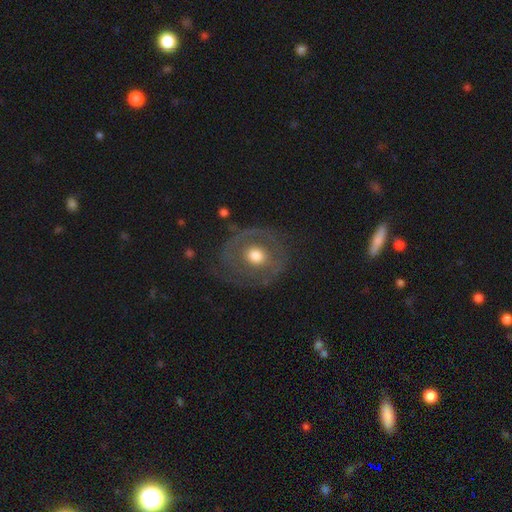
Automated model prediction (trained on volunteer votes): Smooth or featured? featured or disk (55%)
Edge-on disk? no (96%)
Bar? no (85%)
Spiral arms? no (61%)
Bulge size? moderate (66%)
Merging? none (68%)